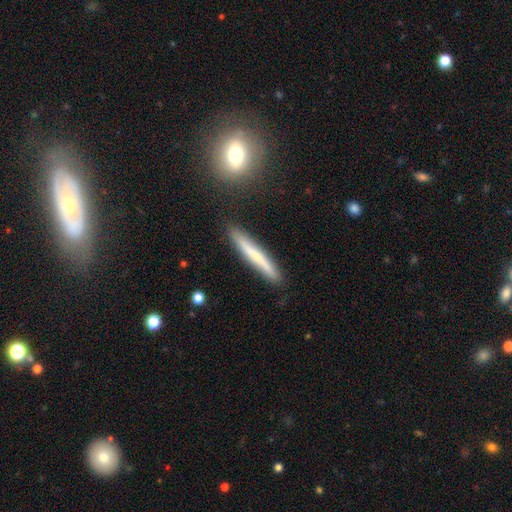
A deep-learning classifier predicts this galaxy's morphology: Overall: smooth (55%; featured or disk 39%). How rounded: cigar-shaped (95%). Merging: none (87%).